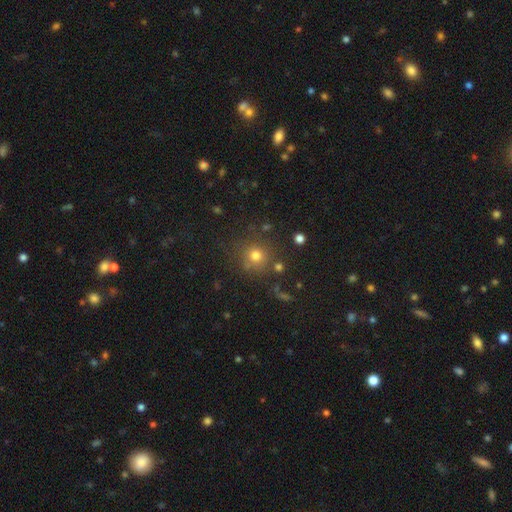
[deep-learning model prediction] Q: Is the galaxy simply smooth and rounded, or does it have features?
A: smooth — 74%.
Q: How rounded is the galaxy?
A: round — 93%.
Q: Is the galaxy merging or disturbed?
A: none — 81%.